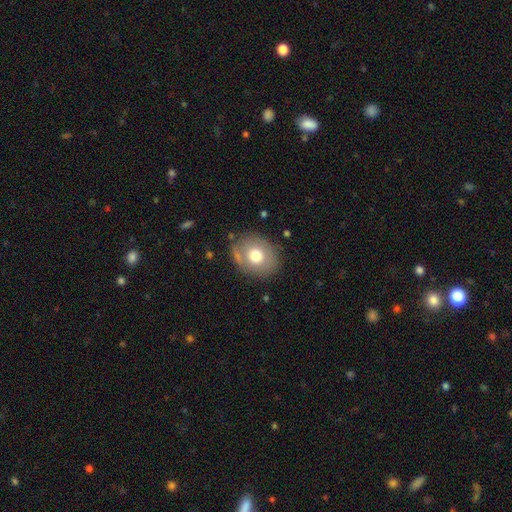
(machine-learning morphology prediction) Smooth or featured: smooth — 67% (featured or disk — 25%)
How rounded: round — 59% (in between — 40%)
Merging: none — 78% (minor disturbance — 14%)